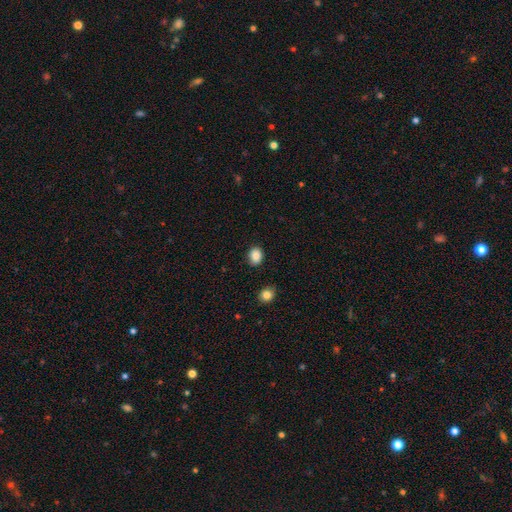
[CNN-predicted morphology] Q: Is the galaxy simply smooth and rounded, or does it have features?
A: smooth — 86%.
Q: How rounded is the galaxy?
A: round — 50%.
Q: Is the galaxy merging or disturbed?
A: none — 87%.